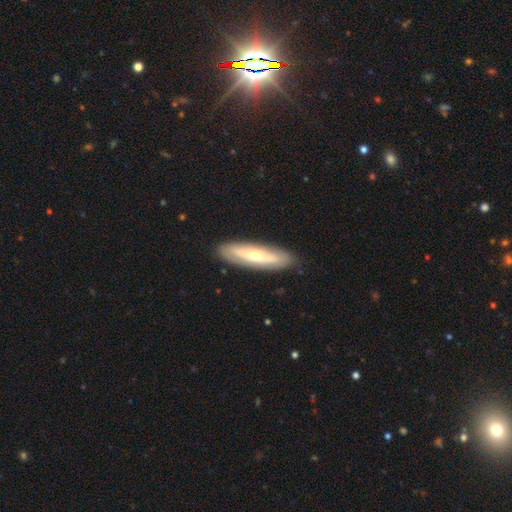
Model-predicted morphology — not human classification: A featured or disk galaxy (52%). Merging: none (88%).